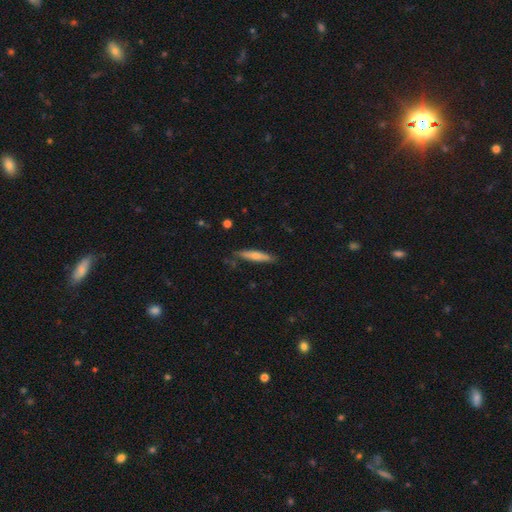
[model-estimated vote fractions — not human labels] Smooth or featured? Predicted: smooth (p=0.63). How rounded? Predicted: cigar-shaped (p=0.88). Merging? Predicted: none (p=0.81).